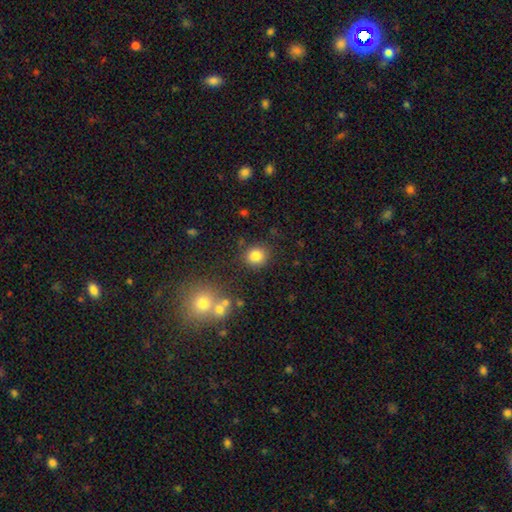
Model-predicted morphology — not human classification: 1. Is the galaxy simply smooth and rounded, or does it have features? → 83% smooth, 12% star or artifact, 6% featured or disk.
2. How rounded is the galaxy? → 84% round, 15% in between, 1% cigar-shaped.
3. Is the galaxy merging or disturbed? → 83% none, 9% minor disturbance, 4% merger, 3% major disturbance.